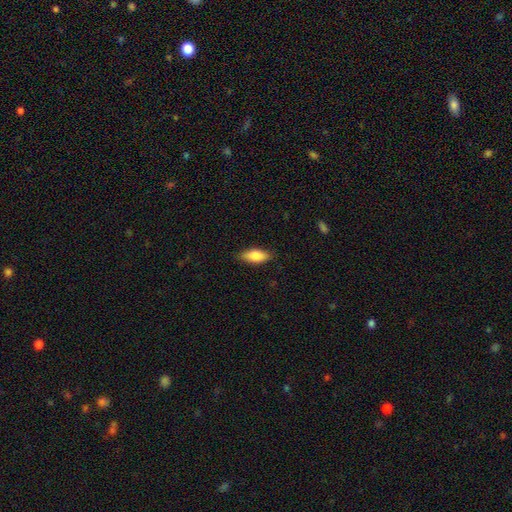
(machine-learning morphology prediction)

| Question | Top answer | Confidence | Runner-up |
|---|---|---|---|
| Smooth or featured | smooth | 83% | featured or disk (11%) |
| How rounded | in between | 81% | cigar-shaped (17%) |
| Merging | none | 85% | minor disturbance (12%) |